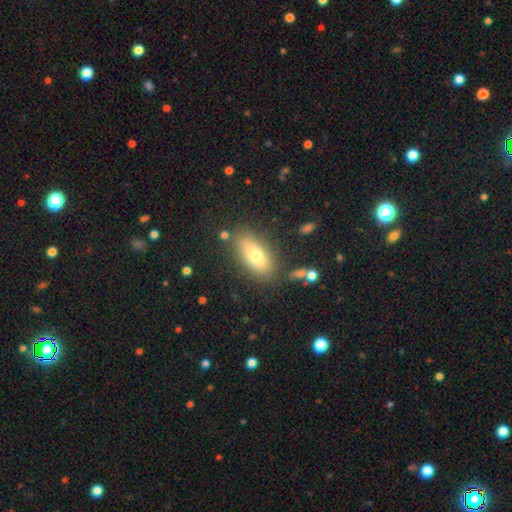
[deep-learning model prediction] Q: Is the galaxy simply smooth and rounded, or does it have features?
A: smooth — 71%.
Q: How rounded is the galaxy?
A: in between — 80%.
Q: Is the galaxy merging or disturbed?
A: none — 80%.